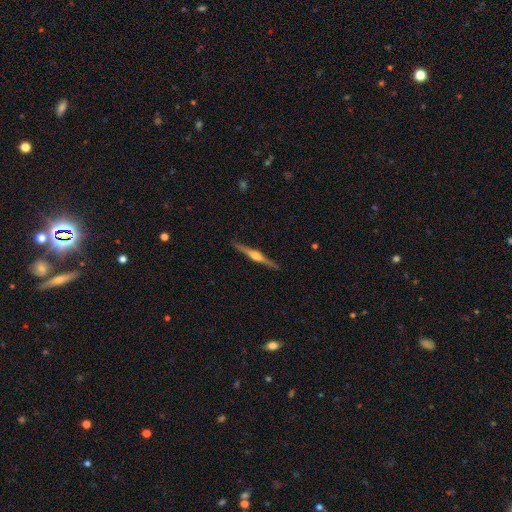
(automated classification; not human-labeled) smooth-or-featured: featured or disk: 81% | smooth: 14% | star or artifact: 5%
  disk-edge-on: yes: 98% | no: 2%
    edge-on-bulge: rounded: 91% | boxy: 6% | none: 3%
  merging: none: 91% | minor disturbance: 6% | major disturbance: 1% | merger: 1%